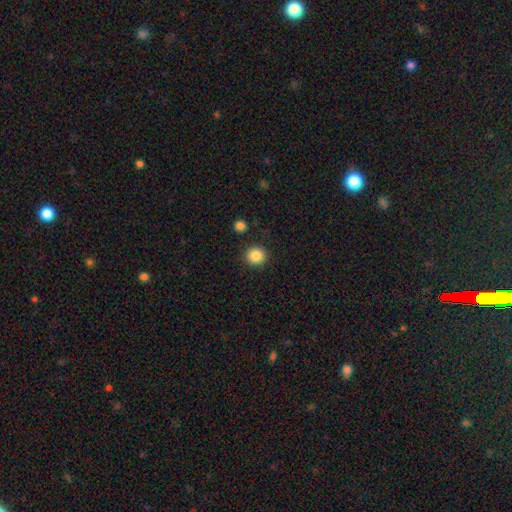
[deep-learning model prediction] This is clearly a smooth galaxy (86%). How rounded: clearly round (92%). Merging: clearly none (90%).